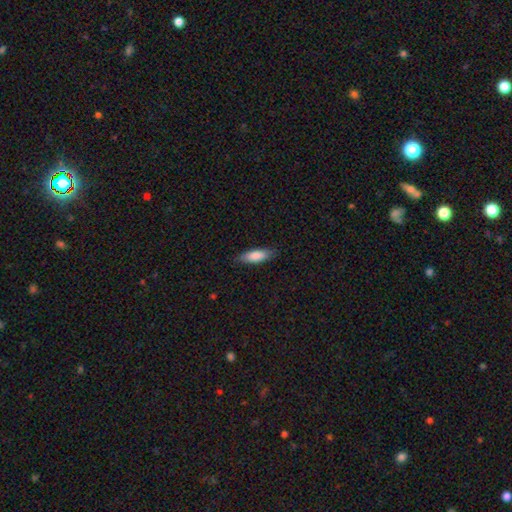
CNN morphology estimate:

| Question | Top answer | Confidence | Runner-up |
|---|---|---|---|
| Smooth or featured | smooth | 84% | featured or disk (10%) |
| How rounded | in between | 62% | cigar-shaped (36%) |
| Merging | none | 84% | minor disturbance (12%) |